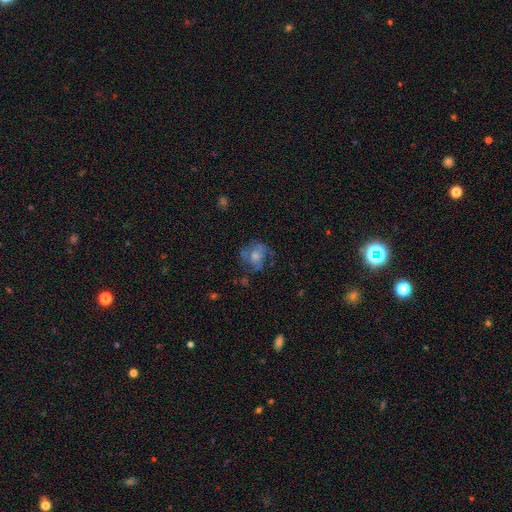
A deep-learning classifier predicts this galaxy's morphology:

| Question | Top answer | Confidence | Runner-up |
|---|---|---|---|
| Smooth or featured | smooth | 47% | featured or disk (41%) |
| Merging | none | 48% | major disturbance (26%) |